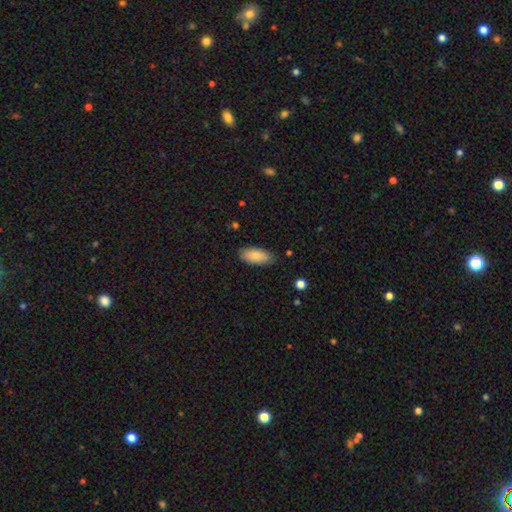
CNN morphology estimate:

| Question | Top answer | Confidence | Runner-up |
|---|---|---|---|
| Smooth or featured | smooth | 84% | featured or disk (10%) |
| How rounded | in between | 88% | cigar-shaped (10%) |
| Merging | none | 84% | minor disturbance (13%) |